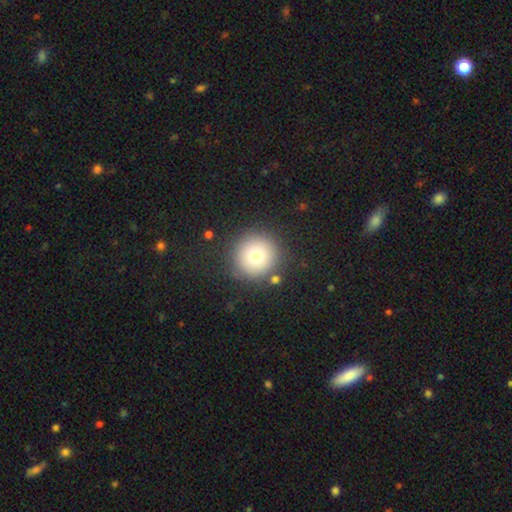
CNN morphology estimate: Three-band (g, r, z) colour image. It shows a smooth galaxy with no disk features (73%) that is round (95%). Merging: none (85%).